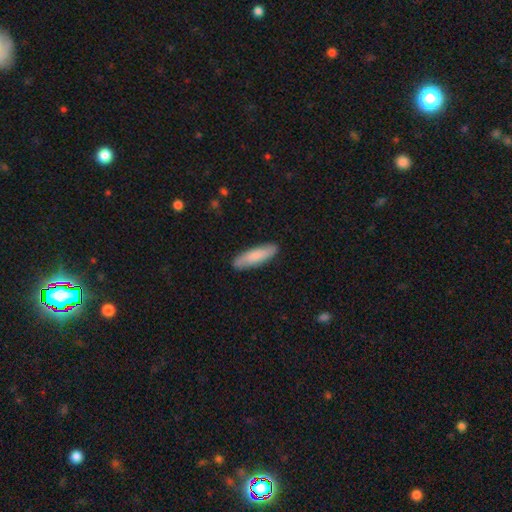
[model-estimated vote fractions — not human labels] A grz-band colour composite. It shows a smooth galaxy with no disk features (79%) that is cigar-shaped (63%). Merging: none (88%).